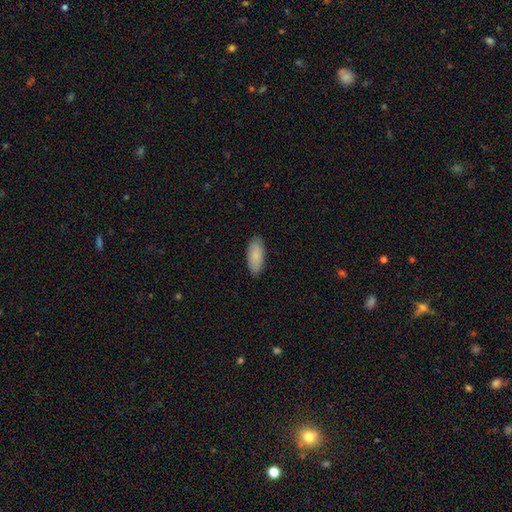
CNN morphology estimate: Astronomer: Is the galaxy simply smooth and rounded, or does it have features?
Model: smooth — 86%.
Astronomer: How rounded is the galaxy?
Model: in between — 88%.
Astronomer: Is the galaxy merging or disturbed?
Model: none — 88%.